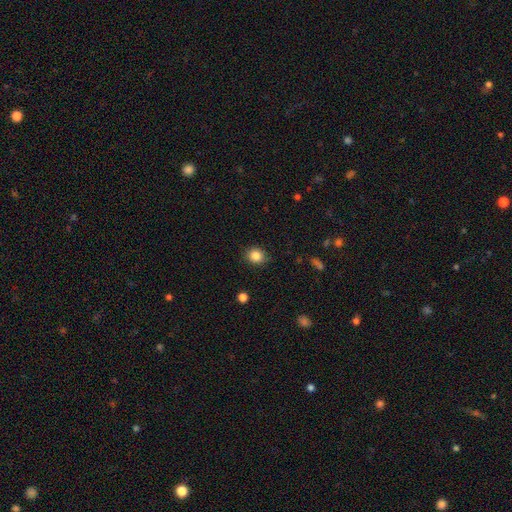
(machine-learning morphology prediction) The model was most divided on "how rounded": round: 78%, in between: 22%, cigar-shaped: 1%. More confident: merging — none (86%); smooth or featured — smooth (85%).